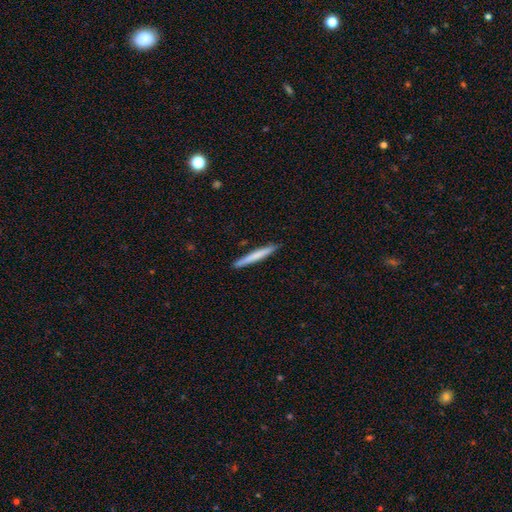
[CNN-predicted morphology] A smooth galaxy with no disk features (68%) that is cigar-shaped (97%).

Vote fractions:
- Smooth or featured? smooth: 68% / featured or disk: 27% / star or artifact: 5%
- How rounded? cigar-shaped: 97% / in between: 2% / round: 1%
- Merging? none: 91% / minor disturbance: 7% / major disturbance: 1% / merger: 1%